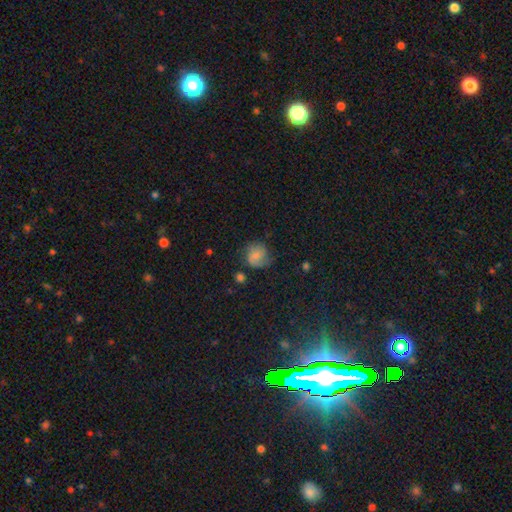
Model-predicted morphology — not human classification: Smooth or featured: smooth — 59% (featured or disk — 31%)
How rounded: round — 77% (in between — 22%)
Merging: none — 57% (minor disturbance — 27%)